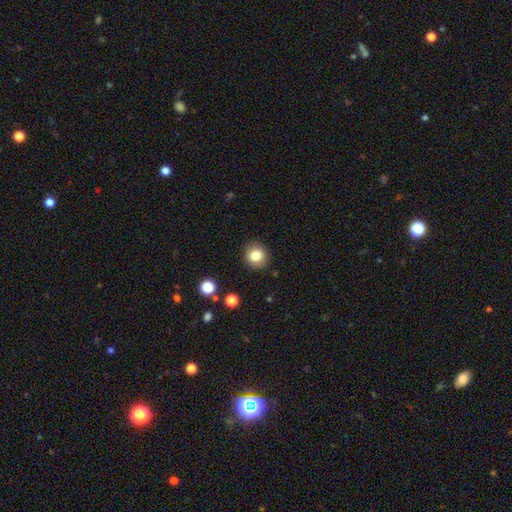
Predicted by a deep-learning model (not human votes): smooth_or_featured: smooth (p=0.82) [alt: star or artifact p=0.11]
how_rounded: round (p=0.85) [alt: in between p=0.14]
merging: none (p=0.89) [alt: minor disturbance p=0.08]